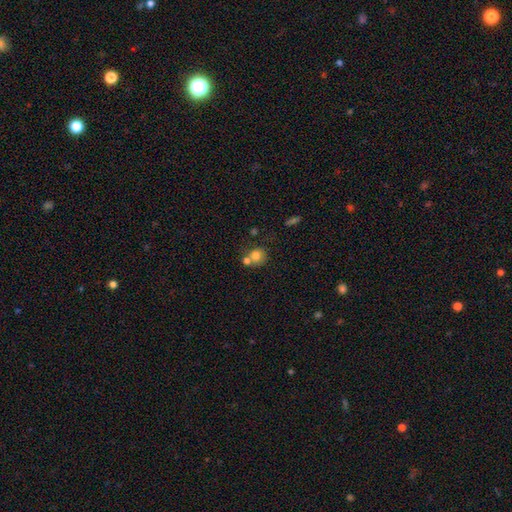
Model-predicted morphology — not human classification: smooth-or-featured: smooth: 77% | featured or disk: 12% | star or artifact: 11%
  how-rounded: round: 80% | in between: 19% | cigar-shaped: 1%
  merging: none: 43% (tied) | merger: 43% (tied) | minor disturbance: 10% | major disturbance: 4%